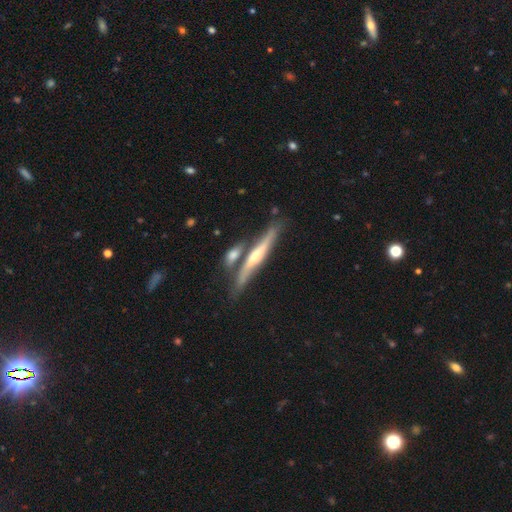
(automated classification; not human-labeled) This is likely a featured or disk galaxy (67%). It is clearly viewed edge-on (93%). Edge-on bulge: likely rounded (62%). Merging: likely none (63%).